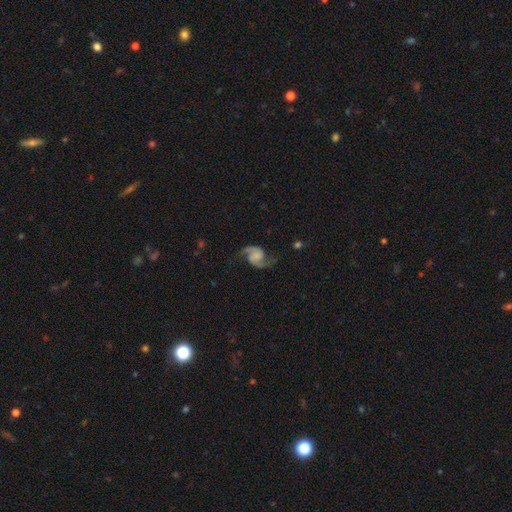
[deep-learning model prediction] This appears to be a featured or disk galaxy (89%) with no bar (55%), 2 (94%) loose (54%) spiral arms (98%) and no central bulge (63%). Merging: none (77%).